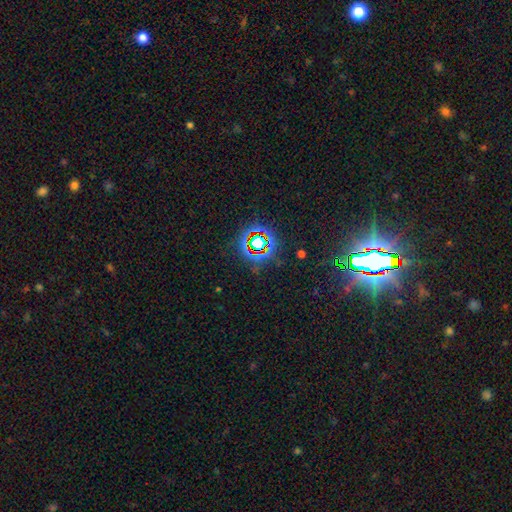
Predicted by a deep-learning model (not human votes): Q: Smooth or featured?
A: star or artifact (77%); runner-up: smooth (13%)